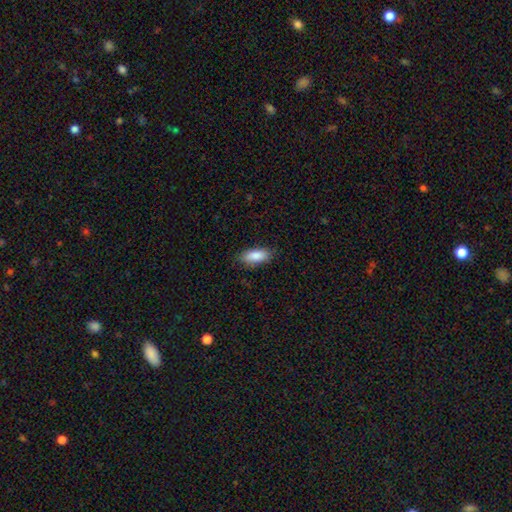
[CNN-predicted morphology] smooth_or_featured: smooth (p=0.87) [alt: featured or disk p=0.07]
how_rounded: in between (p=0.84) [alt: cigar-shaped p=0.14]
merging: none (p=0.85) [alt: minor disturbance p=0.12]